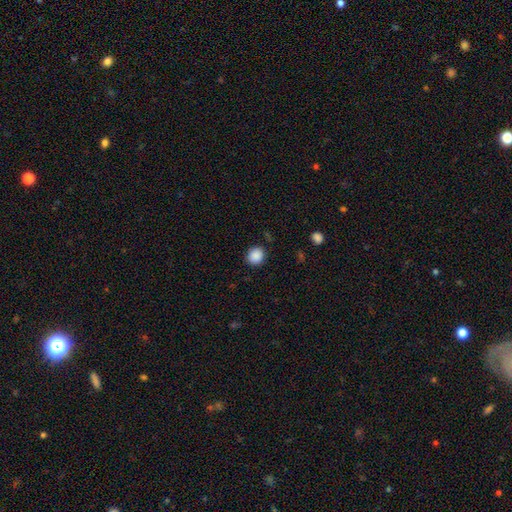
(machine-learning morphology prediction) Smooth or featured: smooth — 88% (star or artifact — 9%)
How rounded: round — 84% (in between — 15%)
Merging: none — 87% (minor disturbance — 9%)